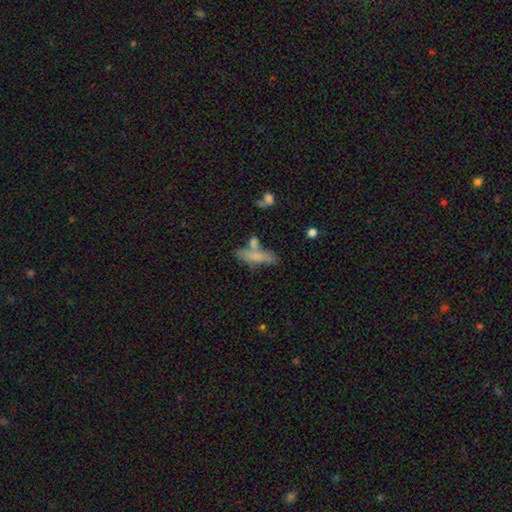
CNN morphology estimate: smooth-or-featured: smooth: 70% | featured or disk: 22% | star or artifact: 8%
  how-rounded: cigar-shaped: 69% | in between: 28% | round: 3%
  merging: none: 56% | merger: 21% | minor disturbance: 17% | major disturbance: 6%